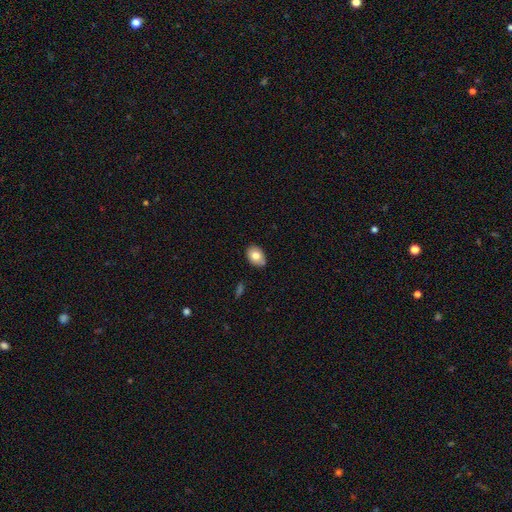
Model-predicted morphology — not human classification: Smooth or featured?
  - smooth: 77% *
  - featured or disk: 15%
  - star or artifact: 8%
How rounded?
  - in between: 77% *
  - round: 22%
  - cigar-shaped: 1%
Merging?
  - none: 81% *
  - minor disturbance: 14%
  - major disturbance: 2%
  - merger: 2%